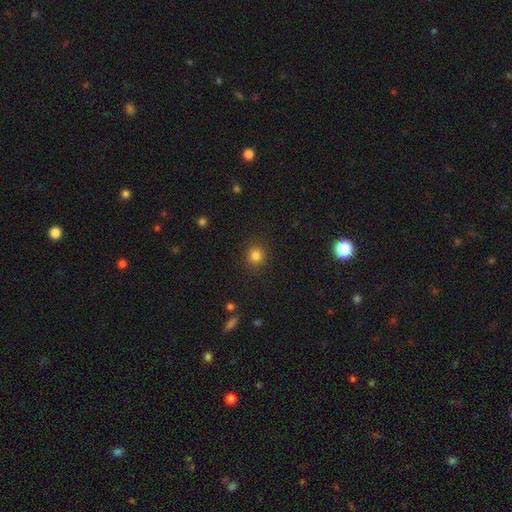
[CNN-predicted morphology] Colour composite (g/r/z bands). It shows a smooth galaxy with no disk features (82%) that is round (91%). Merging: none (90%).